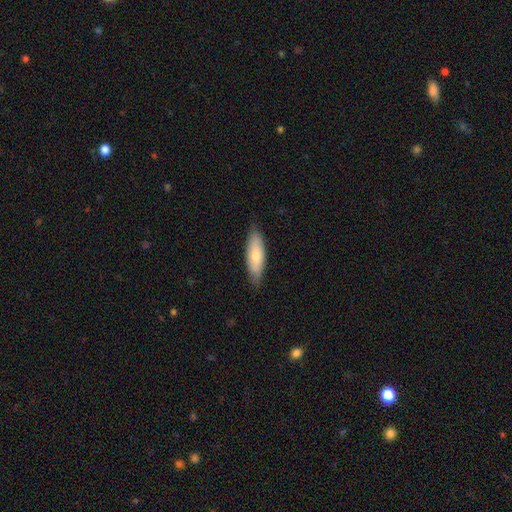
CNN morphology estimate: Smooth or featured? Predicted: smooth (p=0.75). How rounded? Predicted: cigar-shaped (p=0.49, tied with in between). Merging? Predicted: none (p=0.81).